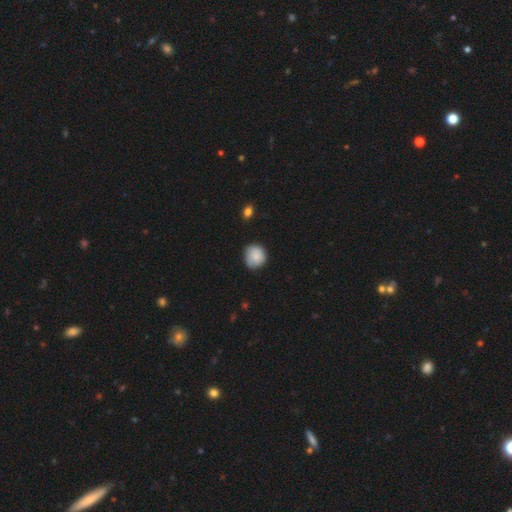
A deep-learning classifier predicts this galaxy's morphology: This is clearly a smooth galaxy (83%). How rounded: clearly round (85%). Merging: likely none (65%).